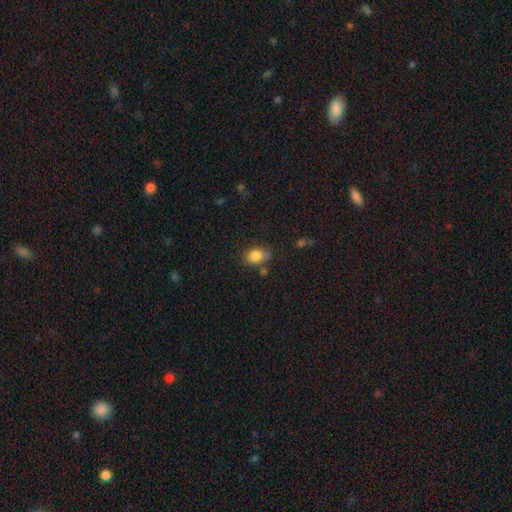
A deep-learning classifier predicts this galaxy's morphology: smooth 84%, star or artifact 9%, featured or disk 7%. Down the decision tree: how rounded — in between (68%); merging — none (63%).